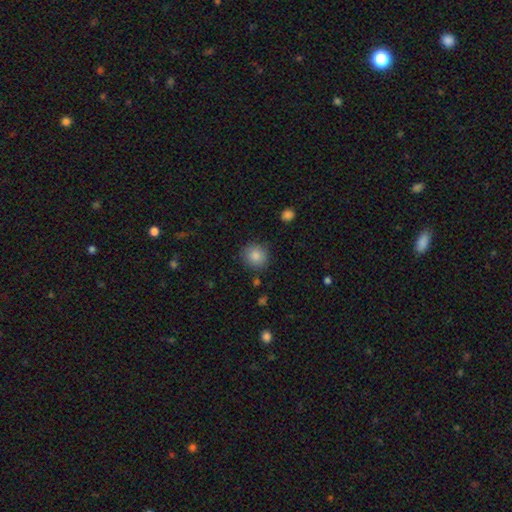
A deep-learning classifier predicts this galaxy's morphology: A smooth galaxy with no disk features (85%) that is round (86%). Merging: none (86%).